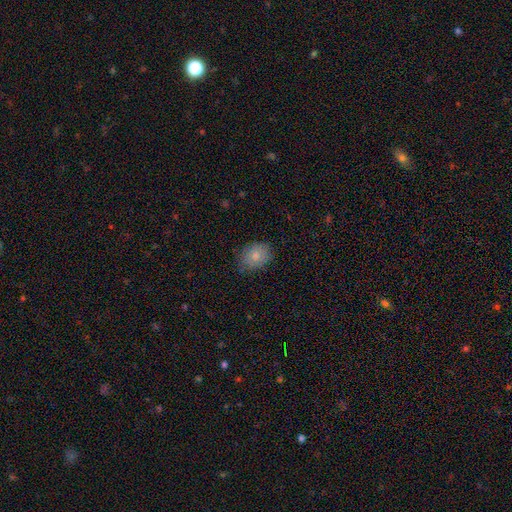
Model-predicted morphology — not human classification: smooth-or-featured: smooth: 81% | featured or disk: 12% | star or artifact: 8%
  how-rounded: in between: 60% | round: 39% | cigar-shaped: 1%
  merging: none: 77% | minor disturbance: 19% | major disturbance: 4% | merger: 1%